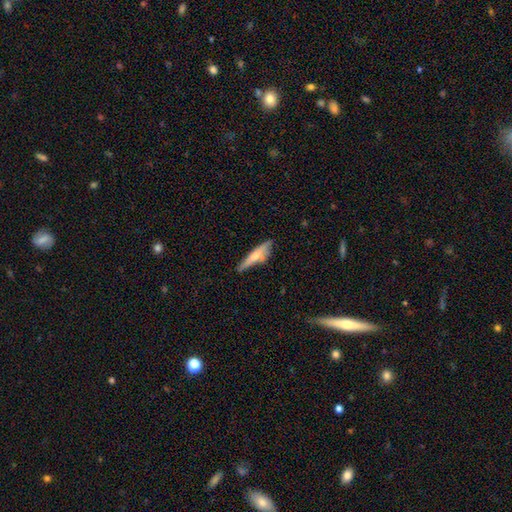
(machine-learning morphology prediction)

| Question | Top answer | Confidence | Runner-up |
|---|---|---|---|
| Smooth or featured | smooth | 56% | featured or disk (38%) |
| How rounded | cigar-shaped | 78% | in between (20%) |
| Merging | none | 60% | minor disturbance (26%) |